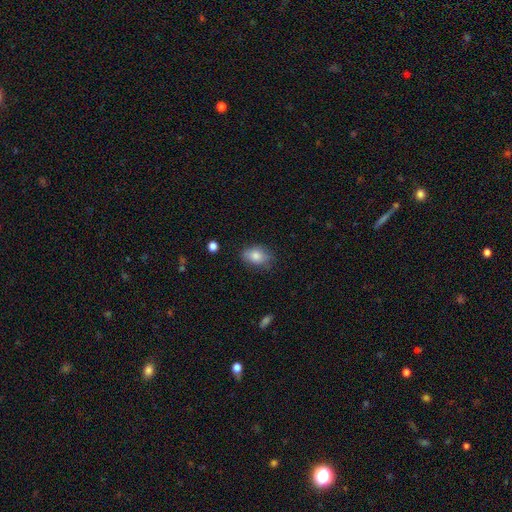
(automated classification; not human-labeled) smooth_or_featured: smooth (p=0.82) [alt: featured or disk p=0.10]
how_rounded: in between (p=0.82) [alt: round p=0.16]
merging: none (p=0.77) [alt: minor disturbance p=0.17]